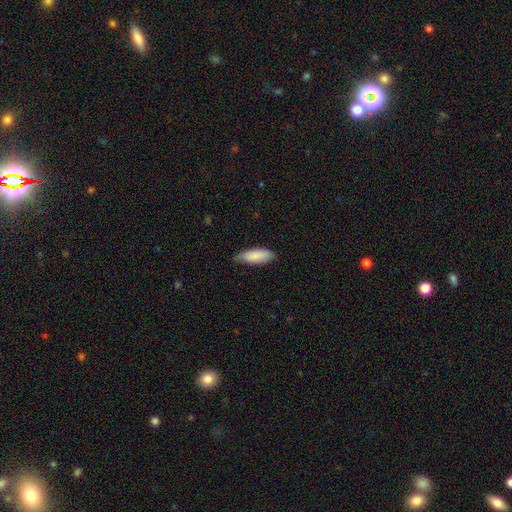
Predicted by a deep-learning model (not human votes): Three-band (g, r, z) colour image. It shows a smooth galaxy with no disk features (87%) that is in between round and cigar-shaped (74%). Merging: none (67%).